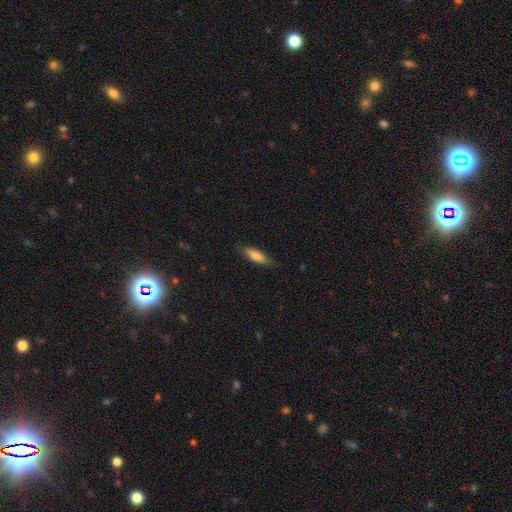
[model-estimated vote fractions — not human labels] Smooth or featured? smooth (76%)
How rounded? cigar-shaped (52%)
Merging? none (82%)